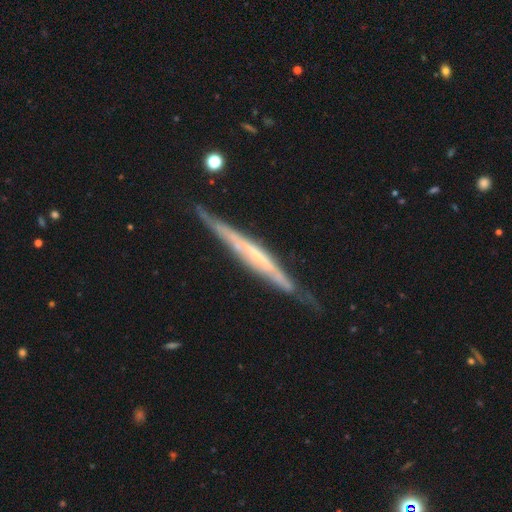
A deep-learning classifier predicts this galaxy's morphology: Q: Smooth or featured?
A: featured or disk (78%); runner-up: smooth (17%)
Q: Edge-on disk?
A: yes (93%); runner-up: no (7%)
Q: Edge-on bulge?
A: none (60%); runner-up: rounded (23%)
Q: Merging?
A: none (75%); runner-up: minor disturbance (19%)